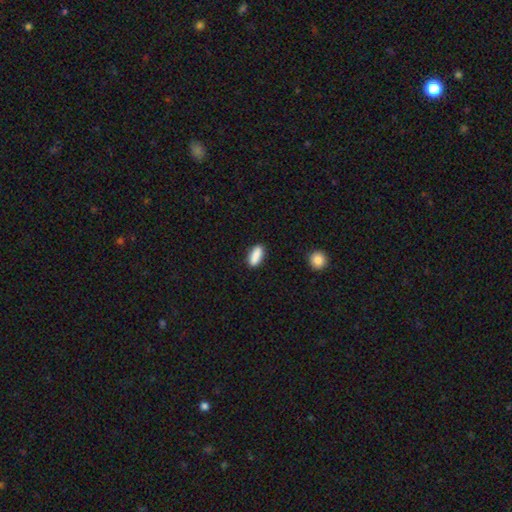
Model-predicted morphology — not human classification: Overall: smooth (88%). How rounded: in between (74%). Merging: none (87%).